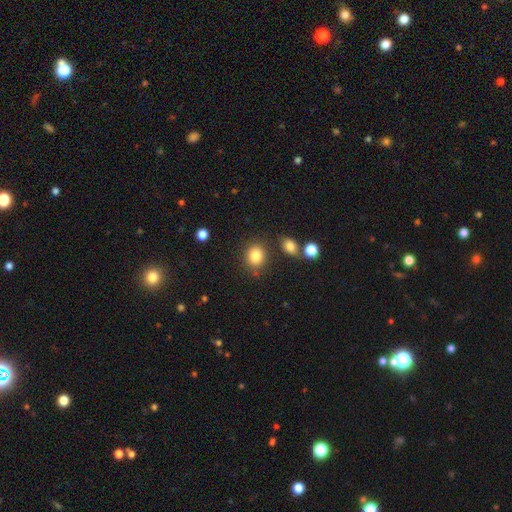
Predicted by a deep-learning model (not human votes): A smooth galaxy with no disk features (83%) that is round (69%). Merging: none (80%).